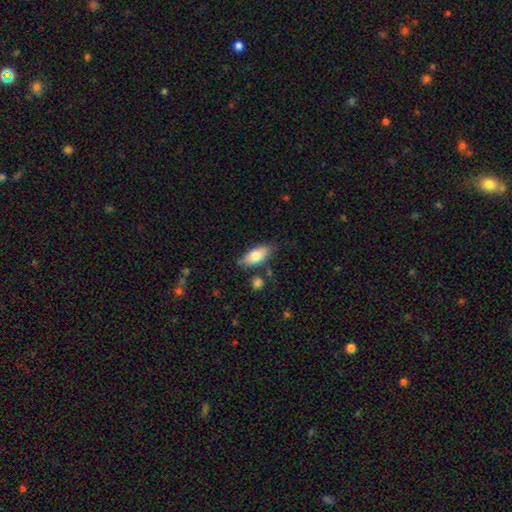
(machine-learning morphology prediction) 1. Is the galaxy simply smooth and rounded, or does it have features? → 77% smooth, 17% featured or disk, 6% star or artifact.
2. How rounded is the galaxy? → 87% in between, 10% cigar-shaped, 3% round.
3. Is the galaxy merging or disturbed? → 72% none, 18% minor disturbance, 6% merger, 4% major disturbance.